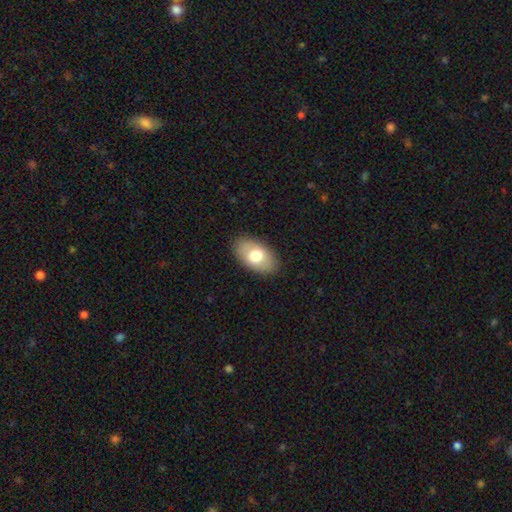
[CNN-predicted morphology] smooth-or-featured: smooth: 70% | featured or disk: 23% | star or artifact: 7%
  how-rounded: in between: 93% | round: 6% | cigar-shaped: 2%
  merging: none: 86% | minor disturbance: 10% | major disturbance: 3% | merger: 1%